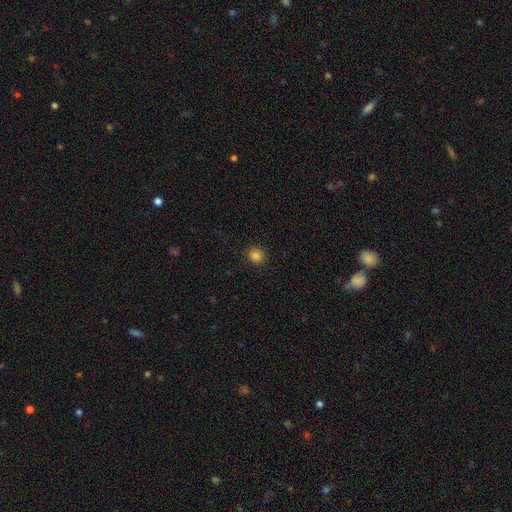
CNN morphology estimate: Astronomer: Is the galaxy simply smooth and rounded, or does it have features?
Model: smooth — 84%.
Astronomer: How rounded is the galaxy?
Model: round — 86%.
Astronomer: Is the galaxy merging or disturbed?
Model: none — 90%.